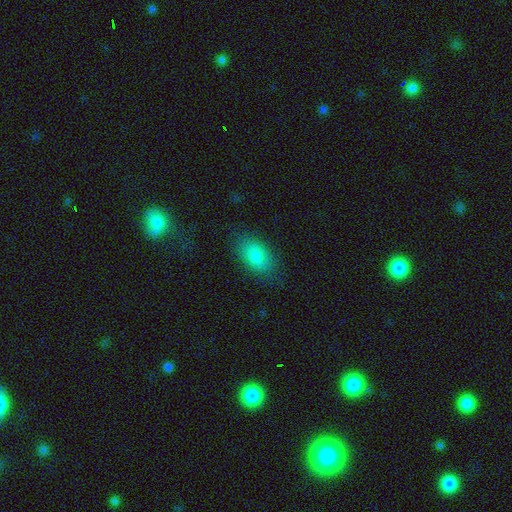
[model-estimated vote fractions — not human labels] Smooth or featured: smooth — 80% (featured or disk — 10%)
How rounded: in between — 90% (round — 8%)
Merging: none — 81% (minor disturbance — 13%)